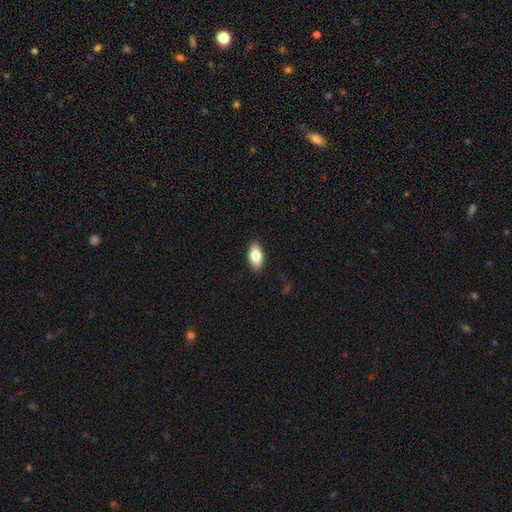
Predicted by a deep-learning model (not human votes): Overall: smooth (83%). How rounded: in between (90%). Merging: none (89%).